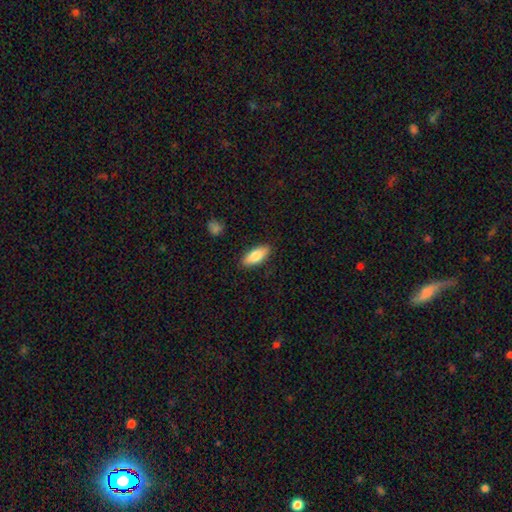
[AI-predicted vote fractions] Smooth or featured?
  - smooth: 78% *
  - featured or disk: 16%
  - star or artifact: 6%
How rounded?
  - in between: 77% *
  - cigar-shaped: 21%
  - round: 2%
Merging?
  - none: 88% *
  - minor disturbance: 9%
  - major disturbance: 2%
  - merger: 1%